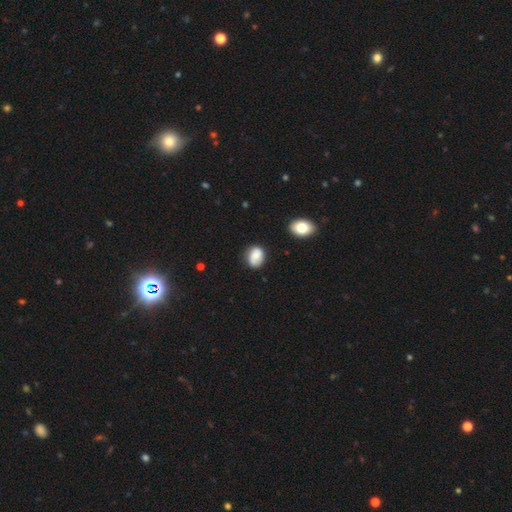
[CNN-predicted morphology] Q: Smooth or featured?
A: smooth (78%); runner-up: featured or disk (14%)
Q: How rounded?
A: in between (63%); runner-up: round (36%)
Q: Merging?
A: none (70%); runner-up: minor disturbance (22%)